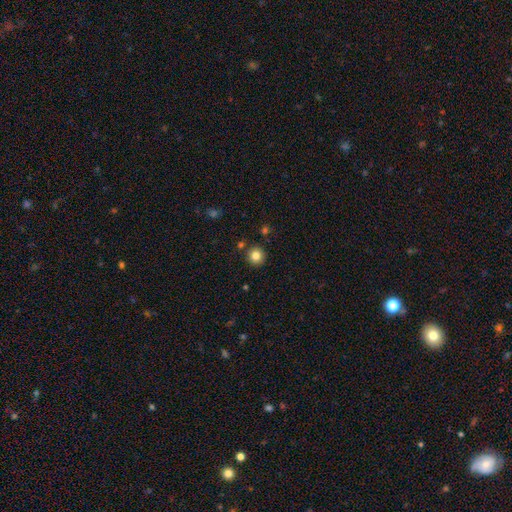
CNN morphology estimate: Q: Smooth or featured?
A: smooth (82%); runner-up: star or artifact (11%)
Q: How rounded?
A: round (94%); runner-up: in between (5%)
Q: Merging?
A: none (89%); runner-up: minor disturbance (6%)